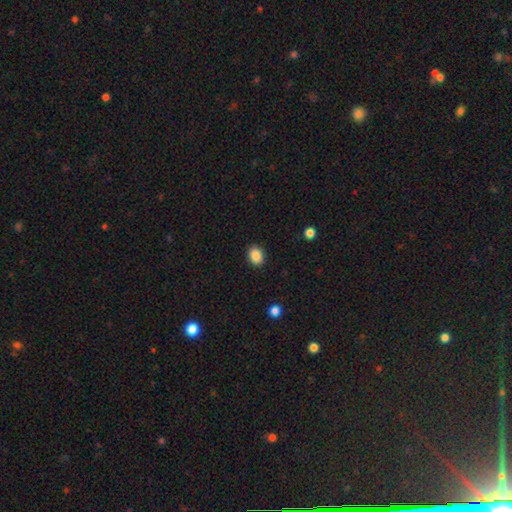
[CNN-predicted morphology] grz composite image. It shows a smooth galaxy with no disk features (88%) that is in between round and cigar-shaped (57%). Merging: none (90%).